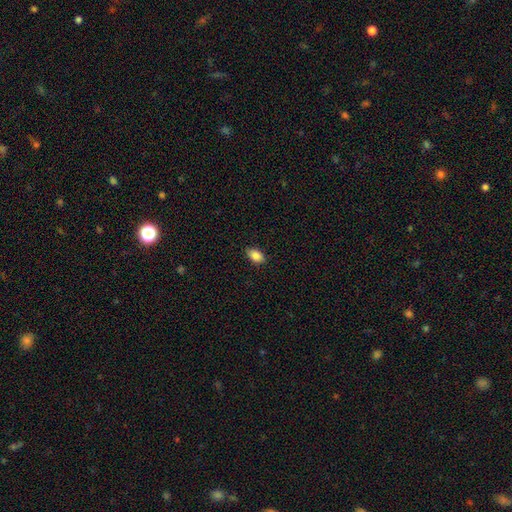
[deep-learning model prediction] Overall: smooth (86%). How rounded: in between (89%). Merging: none (87%).